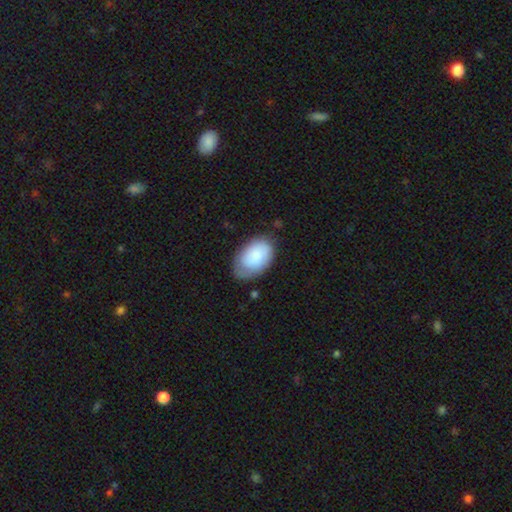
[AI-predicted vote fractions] The model was most divided on "merging": none: 61%, minor disturbance: 28%, major disturbance: 8%, merger: 2%. More confident: how rounded — in between (90%); smooth or featured — smooth (79%).